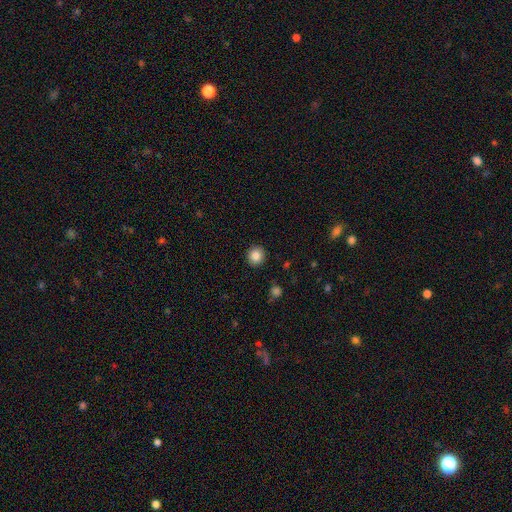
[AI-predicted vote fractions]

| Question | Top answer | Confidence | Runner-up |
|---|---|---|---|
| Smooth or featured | smooth | 85% | star or artifact (10%) |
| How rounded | round | 89% | in between (10%) |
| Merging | none | 91% | minor disturbance (6%) |